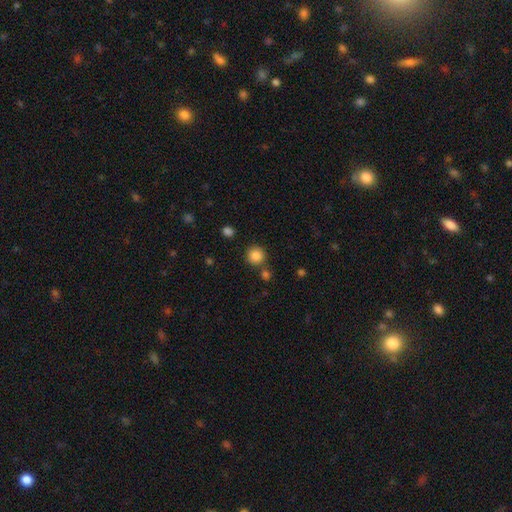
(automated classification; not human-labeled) This is clearly a smooth galaxy (85%). How rounded: clearly round (93%). Merging: likely none (78%).